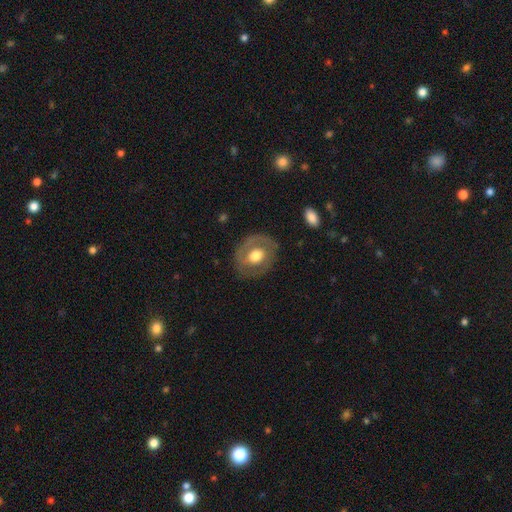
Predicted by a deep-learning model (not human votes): Overall: featured or disk (49%; smooth 45%). Merging: none (77%).